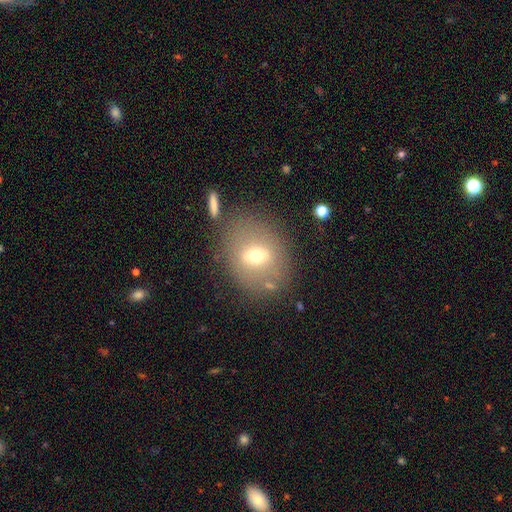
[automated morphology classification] Overall: smooth (53%; featured or disk 35%). How rounded: round (51%; in between 47%). Merging: none (74%).